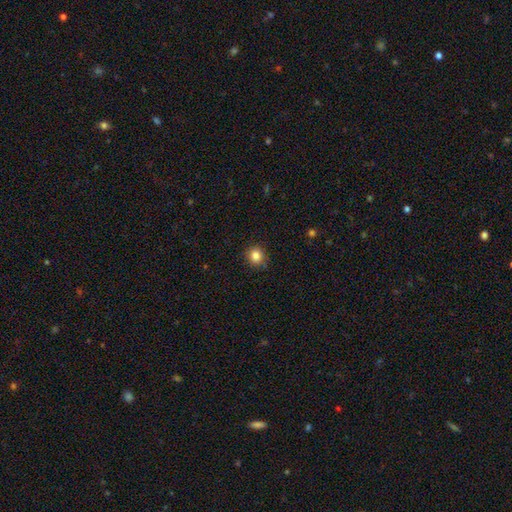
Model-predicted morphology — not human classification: Smooth or featured?
  - smooth: 84% *
  - star or artifact: 11%
  - featured or disk: 5%
How rounded?
  - round: 89% *
  - in between: 10%
  - cigar-shaped: 1%
Merging?
  - none: 89% *
  - minor disturbance: 8%
  - major disturbance: 2%
  - merger: 1%